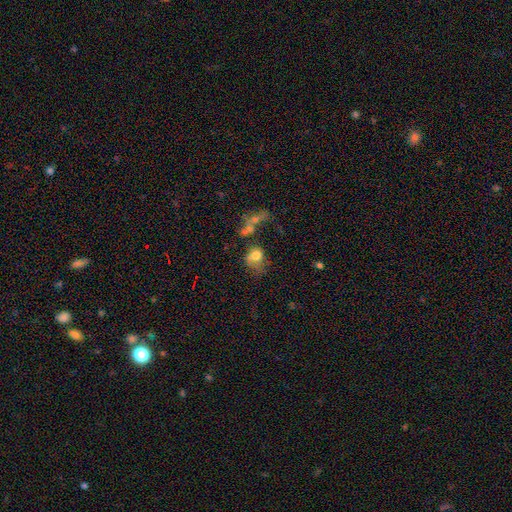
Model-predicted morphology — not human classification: type=smooth (67%); roundness=round (57%); merging=none (29%).